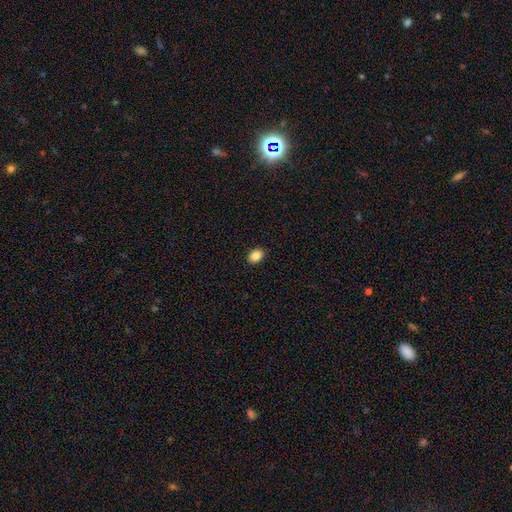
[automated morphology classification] Smooth or featured? smooth (86%)
How rounded? in between (68%)
Merging? none (91%)